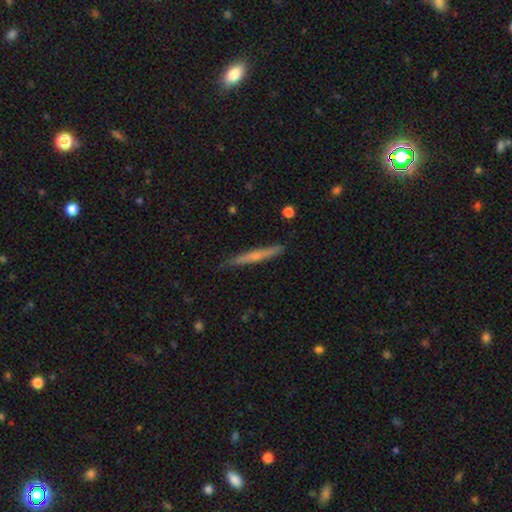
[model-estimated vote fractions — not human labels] Overall: smooth (52%; featured or disk 43%). How rounded: cigar-shaped (96%). Merging: none (84%).